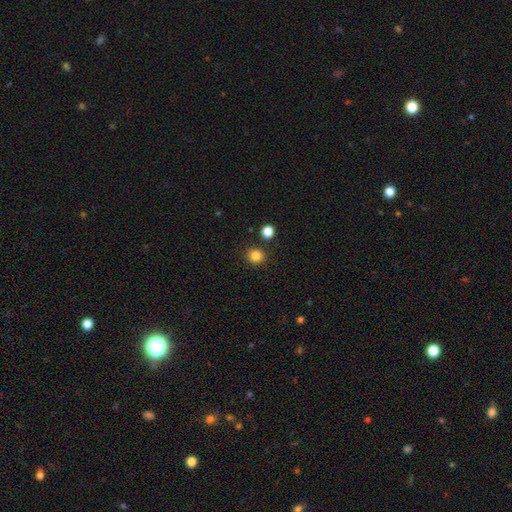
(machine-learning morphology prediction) This is clearly a smooth galaxy (84%). How rounded: clearly round (86%). Merging: clearly none (87%).